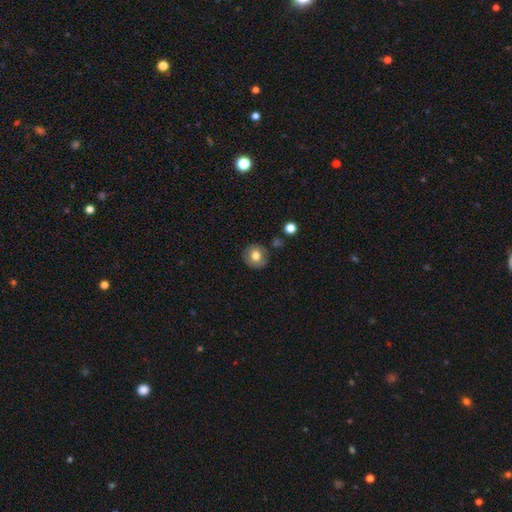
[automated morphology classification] smooth-or-featured: smooth: 75% | featured or disk: 15% | star or artifact: 9%
  how-rounded: round: 91% | in between: 8% | cigar-shaped: 1%
  merging: none: 85% | minor disturbance: 10% | merger: 3% | major disturbance: 2%